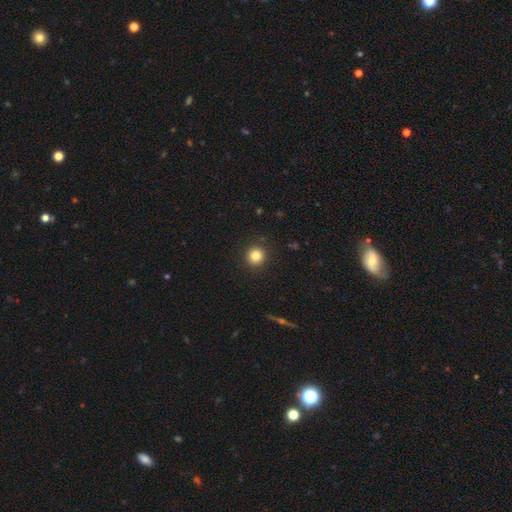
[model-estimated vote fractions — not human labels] This is clearly a smooth galaxy (83%). How rounded: clearly round (94%). Merging: clearly none (91%).